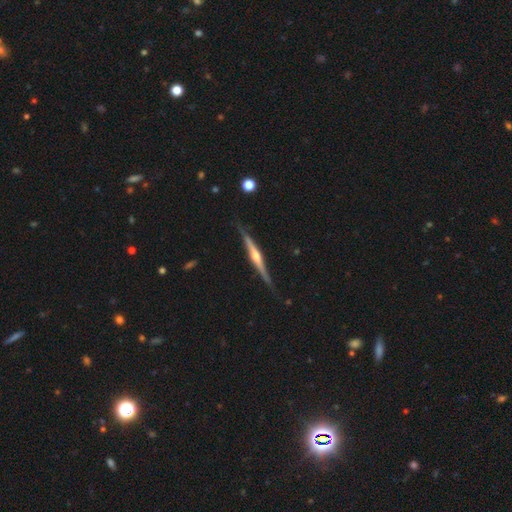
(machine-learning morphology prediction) The model was most divided on "smooth or featured": featured or disk: 81%, smooth: 14%, star or artifact: 5%. More confident: edge-on disk — yes (98%); edge-on bulge — rounded (89%); merging — none (84%).